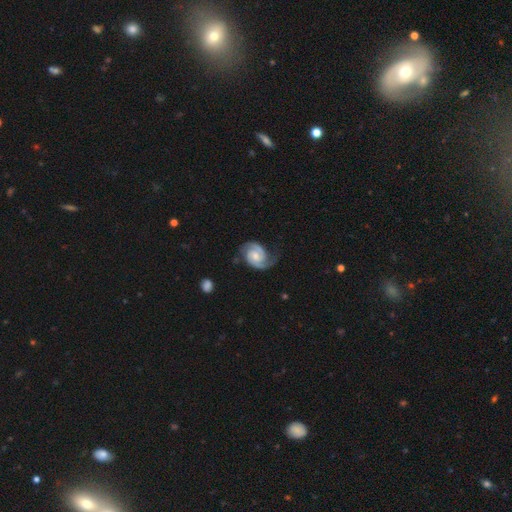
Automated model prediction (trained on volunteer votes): Q: Smooth or featured?
A: featured or disk (89%); runner-up: smooth (7%)
Q: Edge-on disk?
A: no (98%); runner-up: yes (2%)
Q: Bar?
A: no (53%); runner-up: weak (39%)
Q: Spiral arms?
A: yes (98%); runner-up: no (2%)
Q: Spiral winding?
A: medium (45%); runner-up: tight (44%)
Q: Spiral arm count?
A: 2 (90%); runner-up: 1 (3%)
Q: Bulge size?
A: moderate (50%); runner-up: small (37%)
Q: Merging?
A: none (69%); runner-up: minor disturbance (21%)